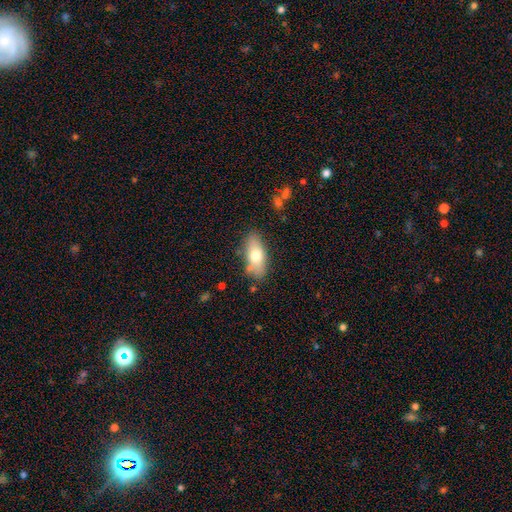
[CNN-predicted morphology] type=smooth (70%); roundness=in between (80%); merging=none (77%).